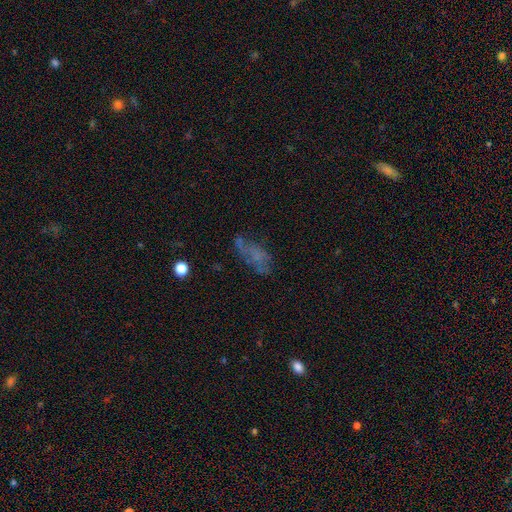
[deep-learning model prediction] A smooth galaxy with no disk features (43%).

Vote fractions:
- Smooth or featured? smooth: 43% / featured or disk: 40% / star or artifact: 17%
- Merging? none: 44% / major disturbance: 25% / minor disturbance: 23% / merger: 8%